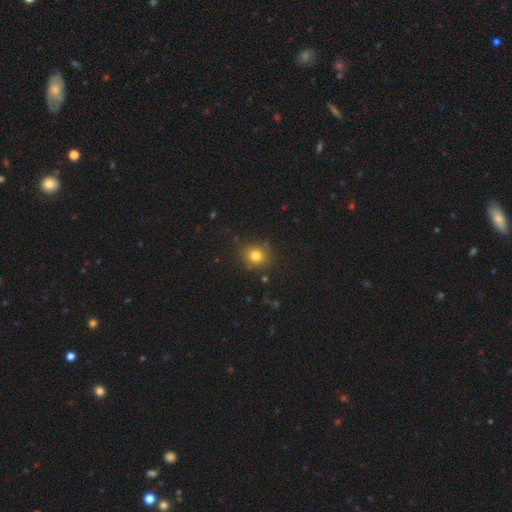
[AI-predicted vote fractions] Overall: smooth (79%). How rounded: round (87%). Merging: none (86%).